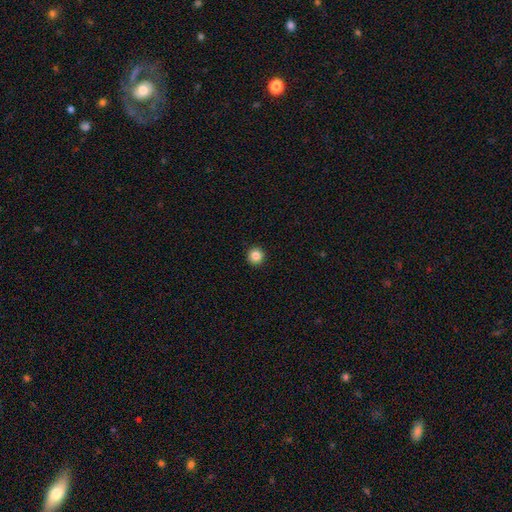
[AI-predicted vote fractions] Morphology: type=smooth (86%); roundness=round (96%); merging=none (94%).